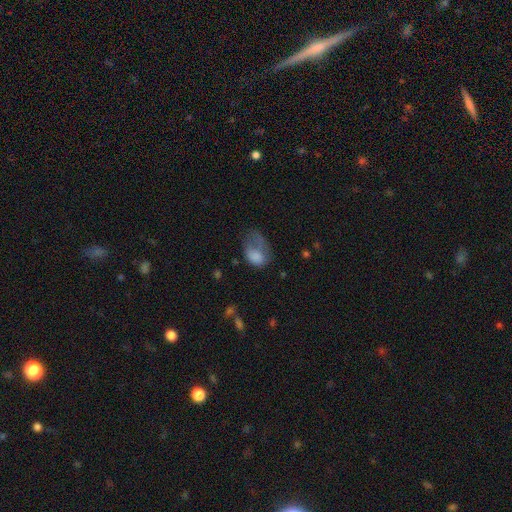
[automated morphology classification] smooth-or-featured: smooth: 70% | featured or disk: 20% | star or artifact: 10%
  how-rounded: in between: 78% | round: 21% | cigar-shaped: 1%
  merging: major disturbance: 55% | minor disturbance: 24% | none: 17% | merger: 4%